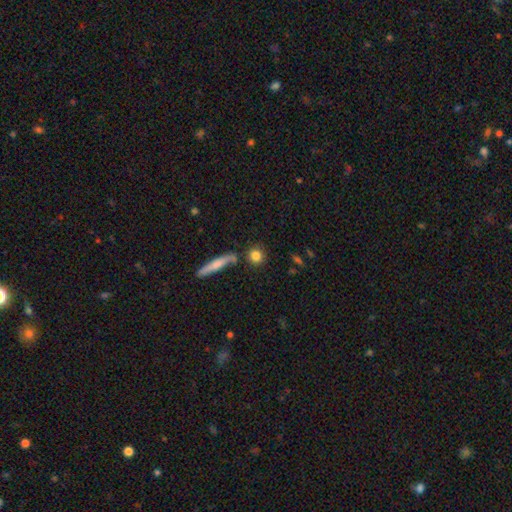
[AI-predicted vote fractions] Smooth or featured?
  - smooth: 81% *
  - featured or disk: 10%
  - star or artifact: 9%
How rounded?
  - round: 81% *
  - in between: 12%
  - cigar-shaped: 7%
Merging?
  - none: 77% *
  - minor disturbance: 10%
  - merger: 10%
  - major disturbance: 3%